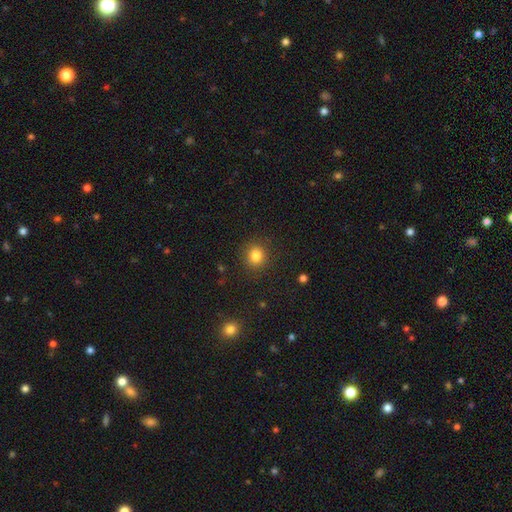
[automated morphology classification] Smooth or featured?
  - smooth: 83% *
  - star or artifact: 12%
  - featured or disk: 5%
How rounded?
  - round: 85% *
  - in between: 14%
  - cigar-shaped: 1%
Merging?
  - none: 88% *
  - minor disturbance: 8%
  - major disturbance: 3%
  - merger: 1%